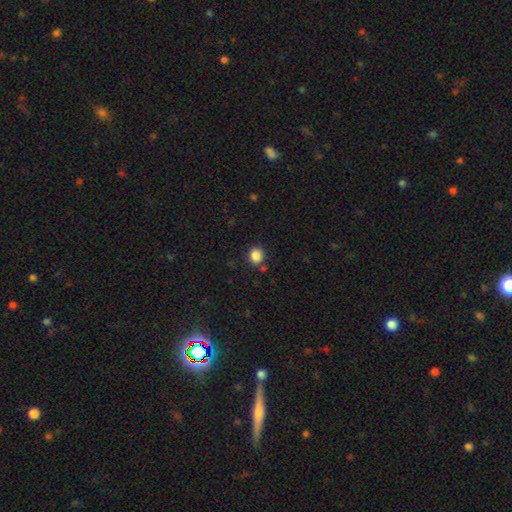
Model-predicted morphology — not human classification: A smooth galaxy with no disk features (86%) that is round (80%).

Vote fractions:
- Smooth or featured? smooth: 86% / star or artifact: 11% / featured or disk: 3%
- How rounded? round: 80% / in between: 19% / cigar-shaped: 1%
- Merging? none: 83% / minor disturbance: 9% / merger: 5% / major disturbance: 3%